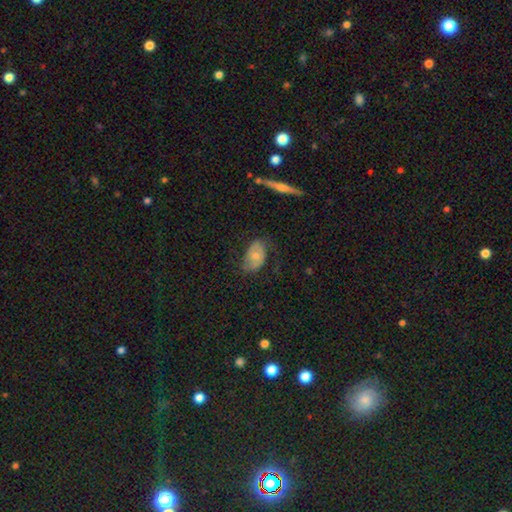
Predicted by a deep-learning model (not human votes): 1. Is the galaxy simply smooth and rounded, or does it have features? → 56% smooth, 36% featured or disk, 8% star or artifact.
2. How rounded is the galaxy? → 88% in between, 11% round, 2% cigar-shaped.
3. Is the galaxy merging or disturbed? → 57% none, 28% minor disturbance, 13% major disturbance, 2% merger.